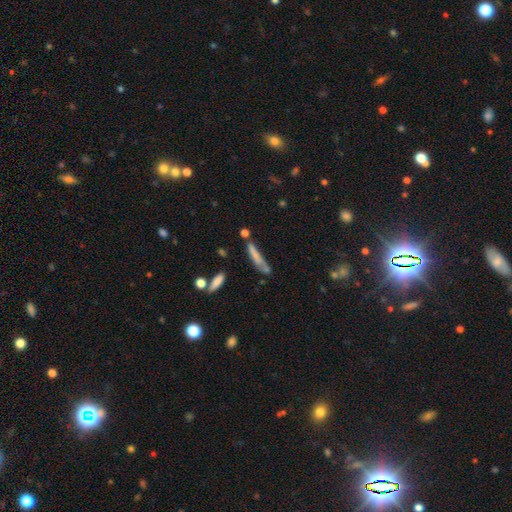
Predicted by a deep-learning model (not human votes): A smooth galaxy with no disk features (65%) that is cigar-shaped (88%). Merging: none (51%).